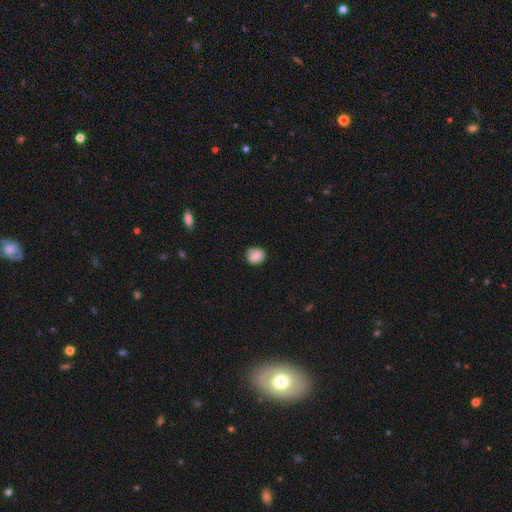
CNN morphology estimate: This is likely a smooth galaxy (79%). How rounded: likely round (68%). Merging: likely none (75%).